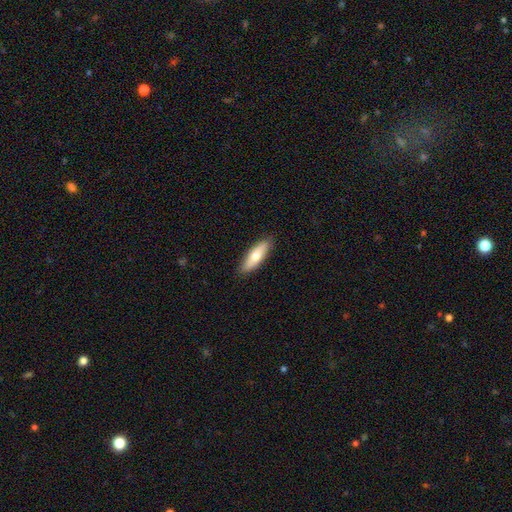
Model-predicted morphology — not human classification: Smooth or featured: smooth — 69% (featured or disk — 26%)
How rounded: in between — 49% (tied with cigar-shaped — 49%)
Merging: none — 88% (minor disturbance — 10%)